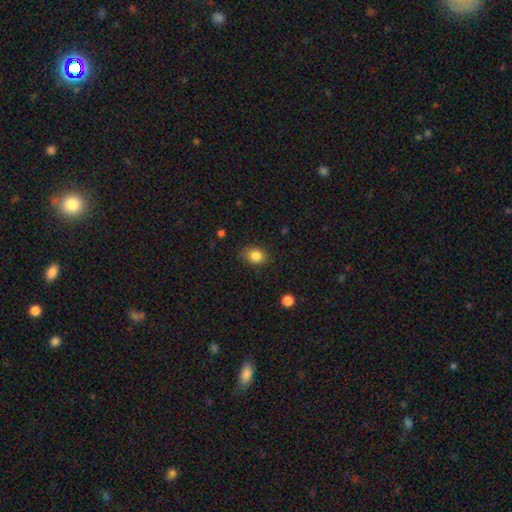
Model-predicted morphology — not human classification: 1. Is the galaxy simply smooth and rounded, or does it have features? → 85% smooth, 10% star or artifact, 6% featured or disk.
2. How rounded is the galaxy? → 56% in between, 43% round, 1% cigar-shaped.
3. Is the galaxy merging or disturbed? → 83% none, 12% minor disturbance, 3% major disturbance, 1% merger.